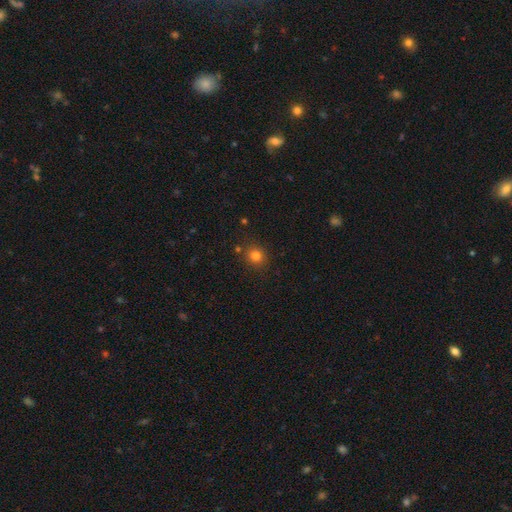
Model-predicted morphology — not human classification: type=smooth (79%); roundness=round (83%); merging=none (85%).